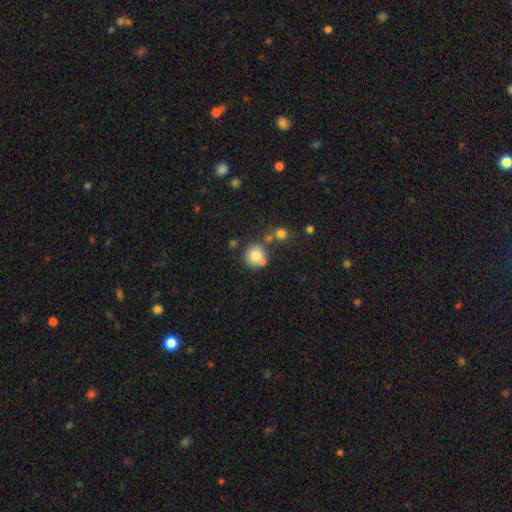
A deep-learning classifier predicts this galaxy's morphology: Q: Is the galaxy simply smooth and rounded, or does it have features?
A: smooth — 77%.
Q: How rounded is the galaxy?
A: round — 89%.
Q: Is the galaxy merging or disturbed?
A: none — 61%.